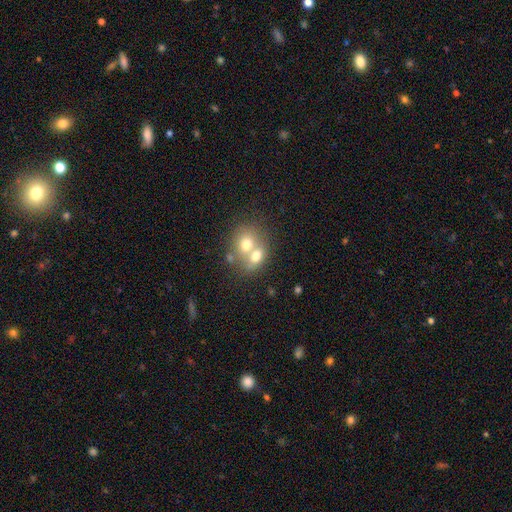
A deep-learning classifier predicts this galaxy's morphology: Smooth or featured? Predicted: smooth (p=0.66). How rounded? Predicted: round (p=0.57). Merging? Predicted: merger (p=0.67).